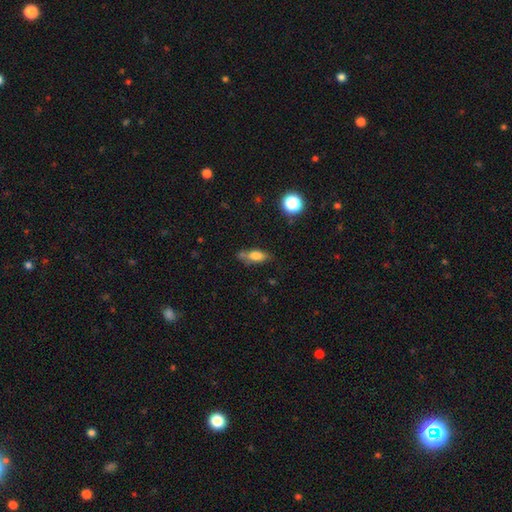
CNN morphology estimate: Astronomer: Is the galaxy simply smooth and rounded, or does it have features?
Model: smooth — 74%.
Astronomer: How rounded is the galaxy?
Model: in between — 75%.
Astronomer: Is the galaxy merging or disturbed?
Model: none — 55%.